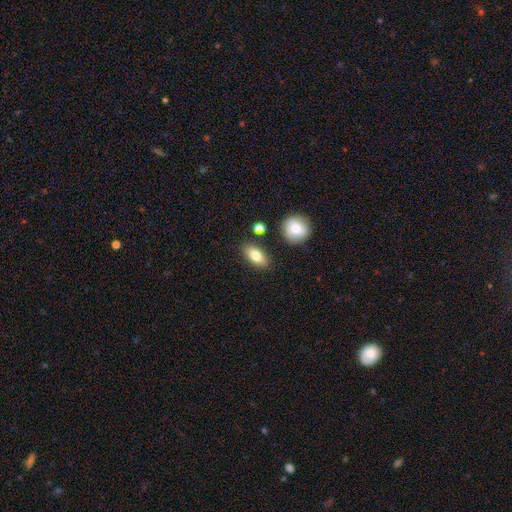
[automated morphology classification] Overall: smooth (79%). How rounded: in between (85%). Merging: none (83%).